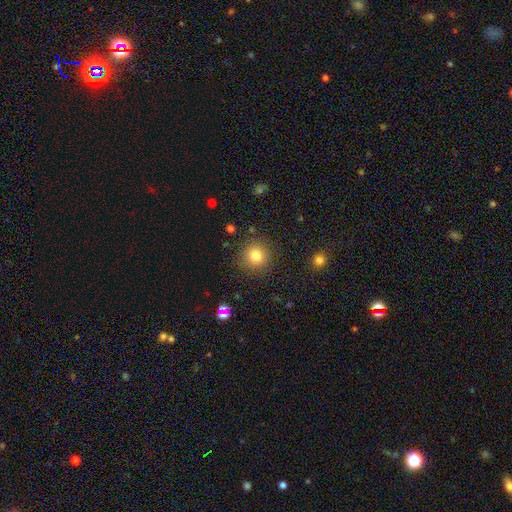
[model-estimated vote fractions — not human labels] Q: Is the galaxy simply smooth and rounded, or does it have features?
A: smooth — 80%.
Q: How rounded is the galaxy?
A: round — 93%.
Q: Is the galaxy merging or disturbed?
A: none — 88%.